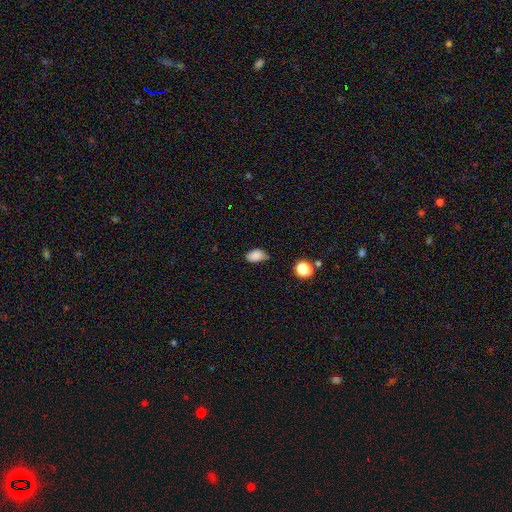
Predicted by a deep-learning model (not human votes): Smooth or featured: smooth — 85% (star or artifact — 11%)
How rounded: in between — 87% (round — 11%)
Merging: none — 65% (minor disturbance — 27%)